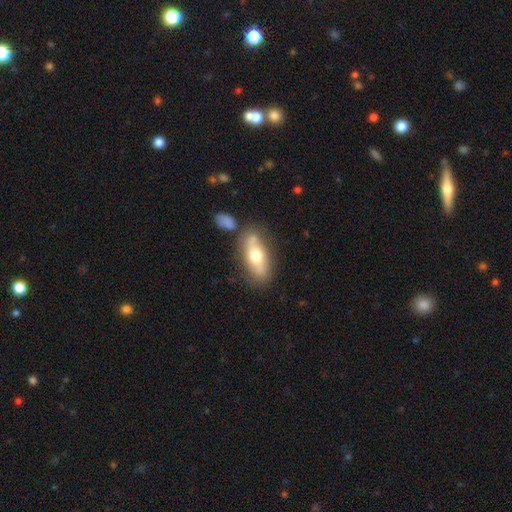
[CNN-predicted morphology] This is possibly a smooth galaxy (54%). How rounded: likely in between (75%). Merging: likely none (67%).